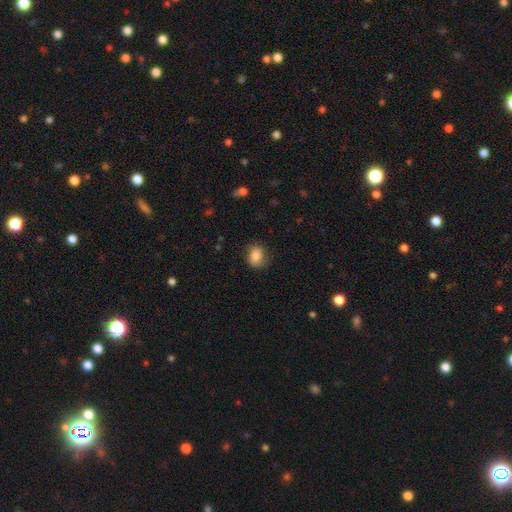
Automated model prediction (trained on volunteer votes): Overall: smooth (81%). How rounded: round (57%; in between 42%). Merging: none (72%).